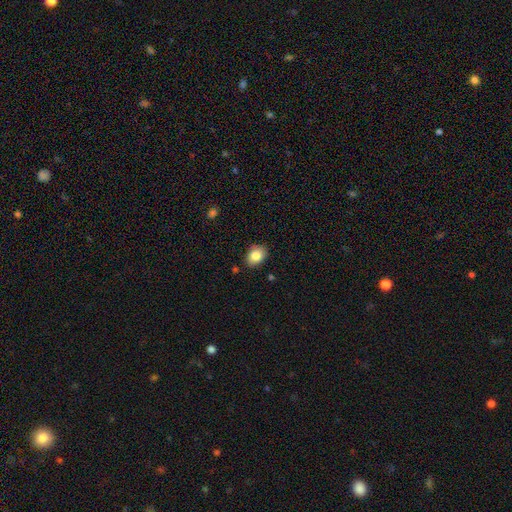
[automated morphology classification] smooth_or_featured: smooth (p=0.83) [alt: featured or disk p=0.08]
how_rounded: in between (p=0.71) [alt: round p=0.28]
merging: none (p=0.83) [alt: minor disturbance p=0.13]